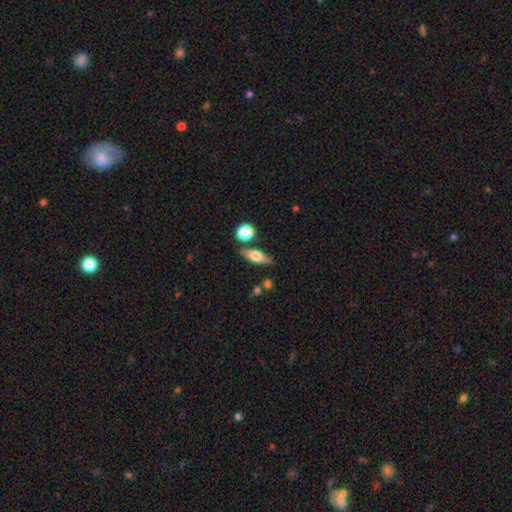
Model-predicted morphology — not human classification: Smooth or featured: smooth — 51% (featured or disk — 41%)
How rounded: in between — 57% (cigar-shaped — 34%)
Merging: none — 77% (minor disturbance — 11%)